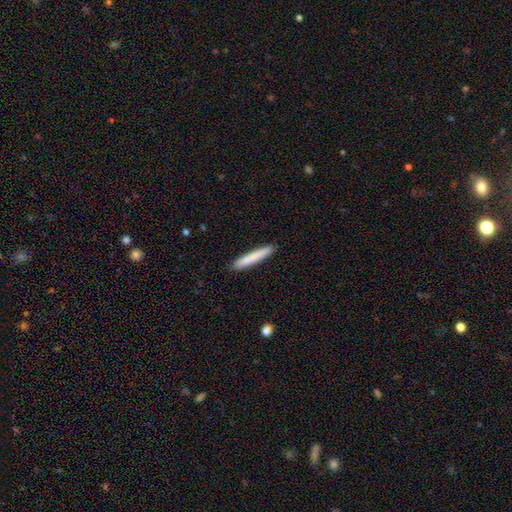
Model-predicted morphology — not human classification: The model was most divided on "smooth or featured": smooth: 79%, featured or disk: 15%, star or artifact: 5%. More confident: how rounded — cigar-shaped (95%); merging — none (90%).